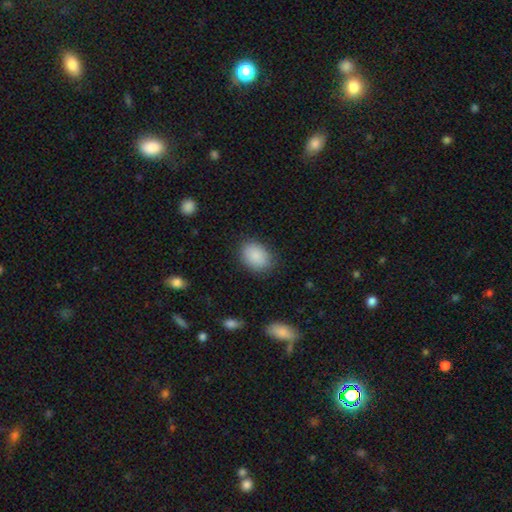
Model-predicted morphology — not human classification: smooth-or-featured: smooth: 88% | star or artifact: 7% | featured or disk: 5%
  how-rounded: in between: 70% | round: 29% | cigar-shaped: 1%
  merging: none: 85% | minor disturbance: 11% | major disturbance: 3% | merger: 1%